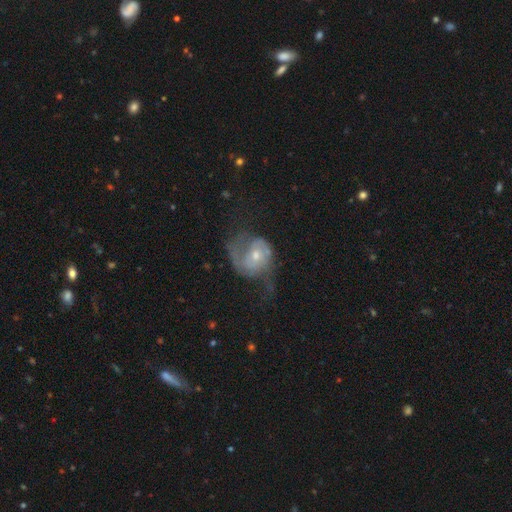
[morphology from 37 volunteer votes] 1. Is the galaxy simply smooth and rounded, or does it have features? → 70% featured or disk, 27% smooth, 3% star or artifact.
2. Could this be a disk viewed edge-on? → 96% no, 4% yes.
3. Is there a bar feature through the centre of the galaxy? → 84% no, 12% weak, 4% strong.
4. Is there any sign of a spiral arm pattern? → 80% yes, 20% no.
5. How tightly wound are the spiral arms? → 45% medium, 30% loose, 25% tight.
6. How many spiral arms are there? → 65% 2, 30% can't tell, 5% 1, 0% 3, 0% 4, 0% more than 4.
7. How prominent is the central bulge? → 56% small, 44% moderate, 0% dominant, 0% large, 0% none.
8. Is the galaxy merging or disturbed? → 42% major disturbance, 31% none, 28% minor disturbance, 0% merger.